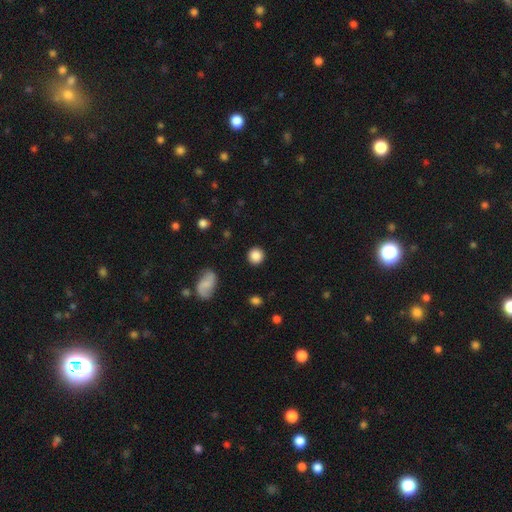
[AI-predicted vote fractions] A smooth galaxy with no disk features (85%) that is round (91%). Merging: none (89%).